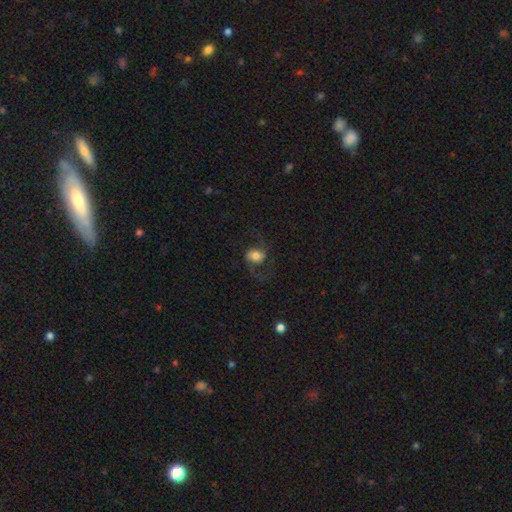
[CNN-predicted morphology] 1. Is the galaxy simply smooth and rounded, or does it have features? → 58% featured or disk, 33% smooth, 9% star or artifact.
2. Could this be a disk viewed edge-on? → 97% no, 3% yes.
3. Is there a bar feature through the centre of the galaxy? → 49% no, 36% weak, 15% strong.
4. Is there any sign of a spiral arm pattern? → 90% yes, 10% no.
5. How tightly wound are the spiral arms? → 61% loose, 33% medium, 6% tight.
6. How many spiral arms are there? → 88% 2, 6% 1, 3% can't tell, 1% 3, 1% 4, 1% more than 4.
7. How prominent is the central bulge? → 49% moderate, 29% large, 13% small, 6% dominant, 3% none.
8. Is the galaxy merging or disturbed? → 63% none, 20% major disturbance, 15% minor disturbance, 2% merger.